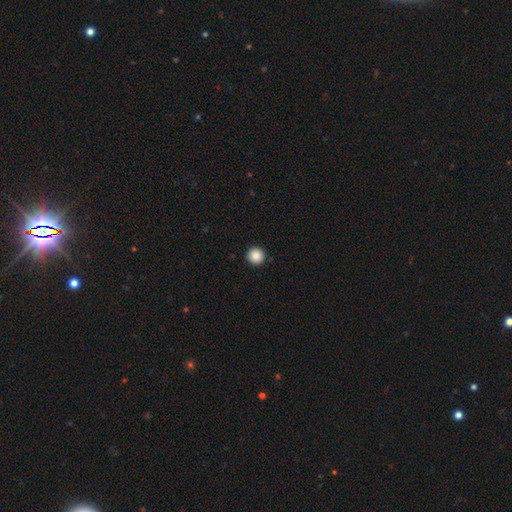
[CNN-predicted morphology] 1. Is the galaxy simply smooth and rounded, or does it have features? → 86% smooth, 9% star or artifact, 5% featured or disk.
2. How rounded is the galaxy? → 96% round, 3% in between, 1% cigar-shaped.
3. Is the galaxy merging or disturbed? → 93% none, 4% minor disturbance, 1% major disturbance, 1% merger.